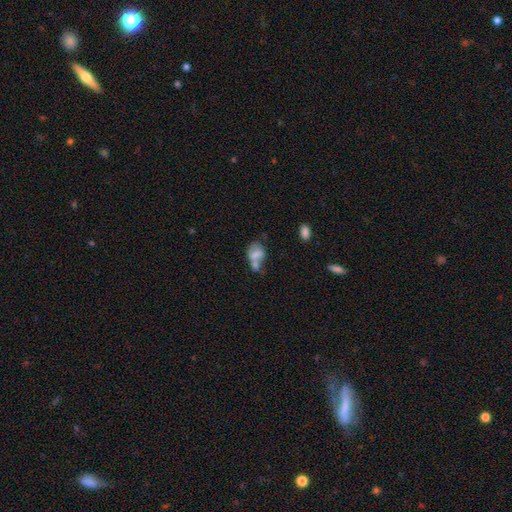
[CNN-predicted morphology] The model was most divided on "merging": merger: 46%, none: 22%, minor disturbance: 16%, major disturbance: 16%. More confident: how rounded — in between (74%); smooth or featured — smooth (61%).